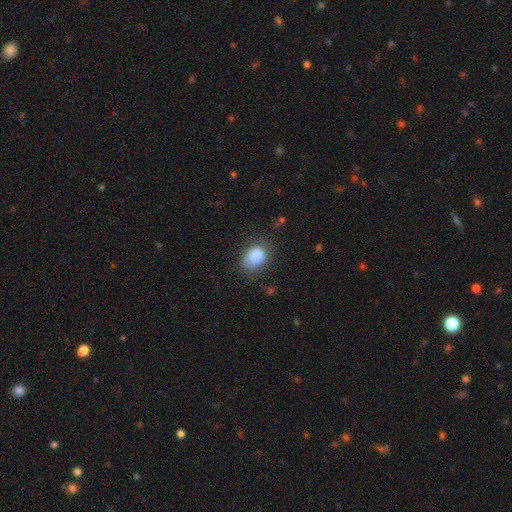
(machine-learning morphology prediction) Smooth or featured: smooth — 86% (star or artifact — 9%)
How rounded: in between — 58% (round — 41%)
Merging: none — 69% (minor disturbance — 21%)